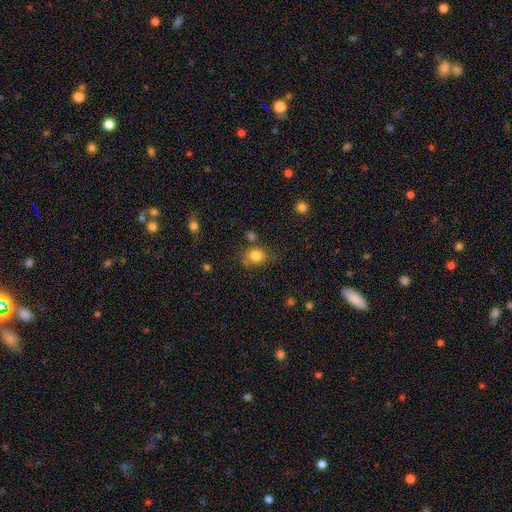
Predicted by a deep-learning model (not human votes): This appears to be a smooth galaxy with no disk features (82%) that is round (56%). Merging: none (70%).